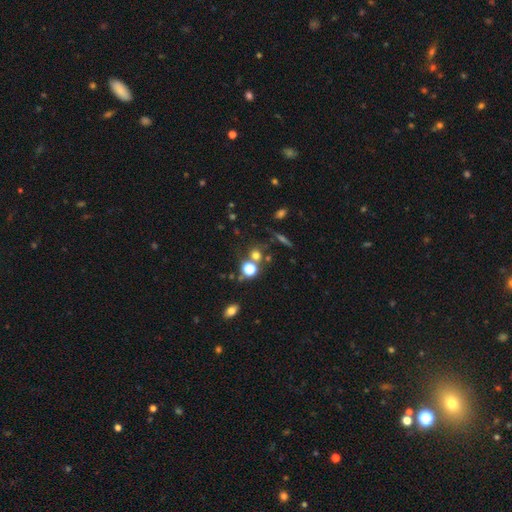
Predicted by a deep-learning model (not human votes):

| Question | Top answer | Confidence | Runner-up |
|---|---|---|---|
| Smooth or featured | smooth | 64% | star or artifact (26%) |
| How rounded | round | 84% | in between (14%) |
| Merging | none | 60% | merger (25%) |